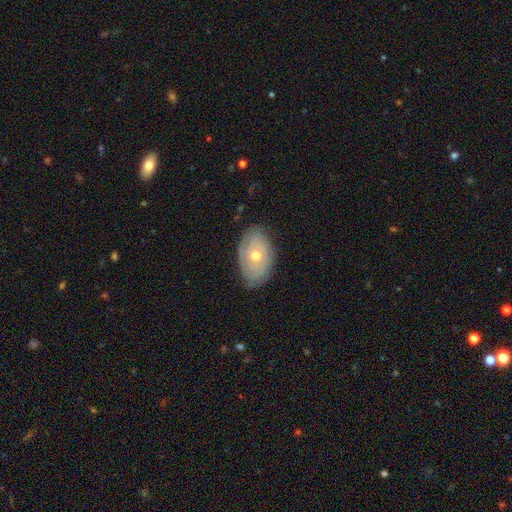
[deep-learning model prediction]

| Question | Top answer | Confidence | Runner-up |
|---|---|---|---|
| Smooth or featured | featured or disk | 65% | smooth (28%) |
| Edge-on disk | no | 93% | yes (7%) |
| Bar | no | 85% | weak (12%) |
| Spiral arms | yes | 73% | no (27%) |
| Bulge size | moderate | 64% | small (33%) |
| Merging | none | 76% | minor disturbance (19%) |